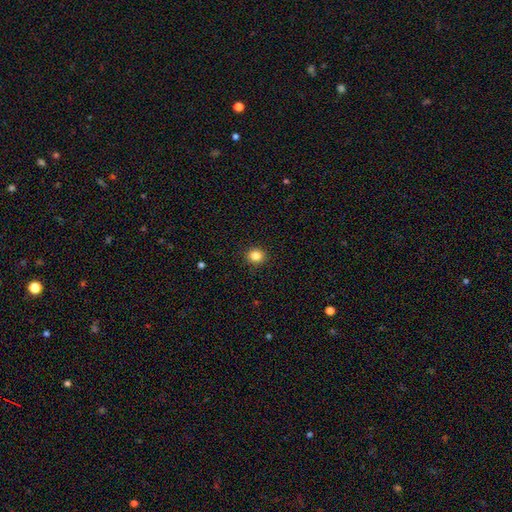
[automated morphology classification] A smooth galaxy with no disk features (84%) that is round (84%). Merging: none (92%).